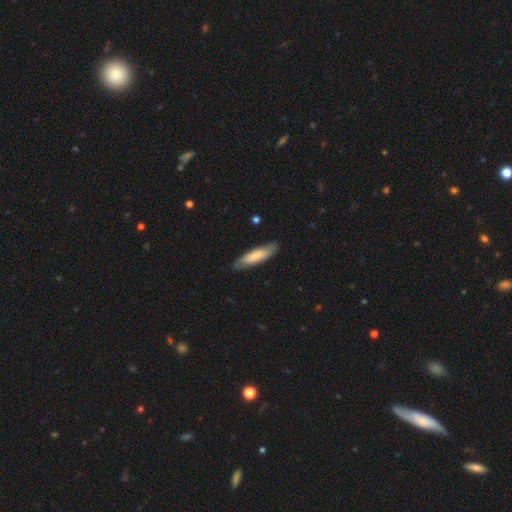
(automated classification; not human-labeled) Smooth or featured? Predicted: smooth (p=0.72). How rounded? Predicted: cigar-shaped (p=0.65). Merging? Predicted: none (p=0.83).